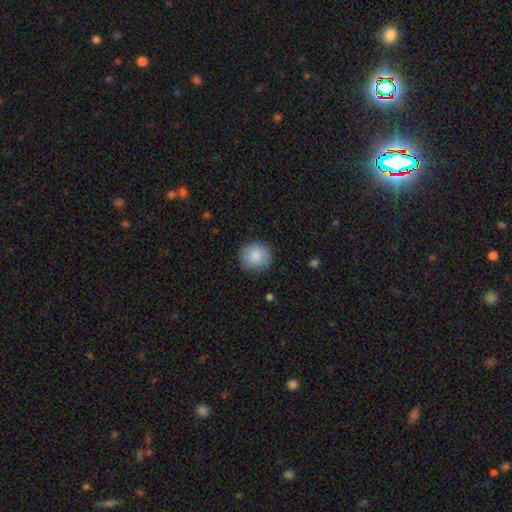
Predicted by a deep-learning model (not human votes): This is clearly a smooth galaxy (83%). How rounded: clearly round (92%). Merging: clearly none (86%).